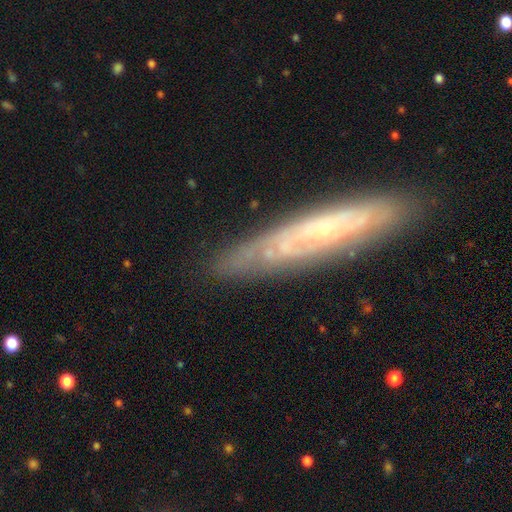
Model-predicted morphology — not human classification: smooth-or-featured: featured or disk: 73% | smooth: 19% | star or artifact: 8%
  disk-edge-on: no: 60% | yes: 40%
  merging: none: 77% | minor disturbance: 16% | major disturbance: 5% | merger: 3%